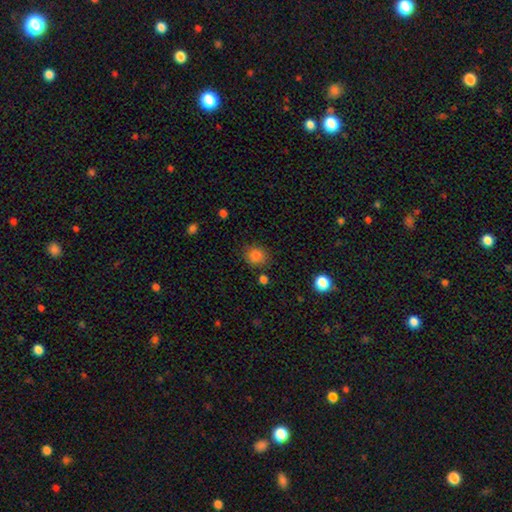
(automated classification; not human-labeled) This appears to be a smooth galaxy with no disk features (85%) that is round (77%). Merging: none (78%).